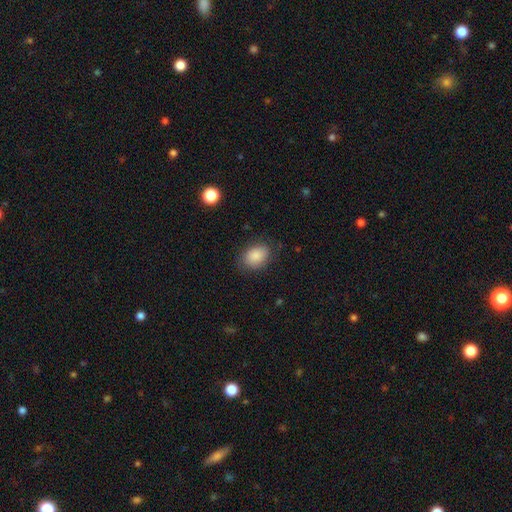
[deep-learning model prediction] The model was most divided on "how rounded": in between: 76%, round: 23%, cigar-shaped: 1%. More confident: smooth or featured — smooth (87%); merging — none (80%).